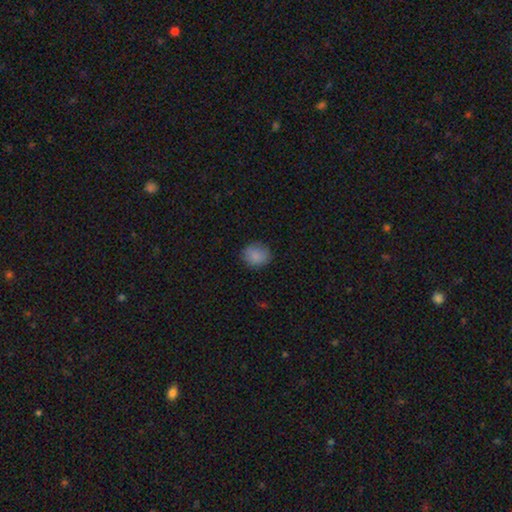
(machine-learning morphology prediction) smooth-or-featured: smooth: 86% | star or artifact: 9% | featured or disk: 5%
  how-rounded: round: 66% | in between: 33% | cigar-shaped: 1%
  merging: none: 84% | minor disturbance: 12% | major disturbance: 3% | merger: 1%